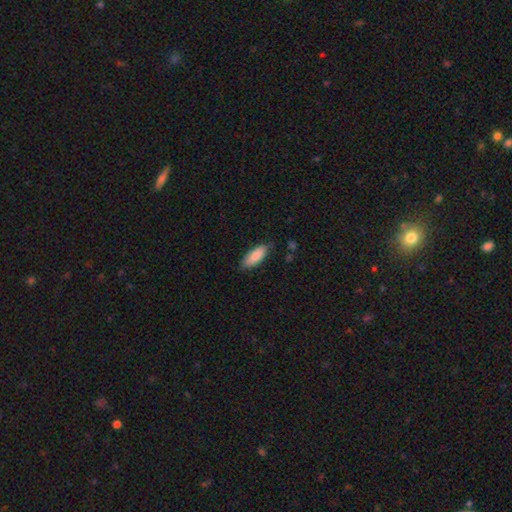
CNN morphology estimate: smooth-or-featured: smooth: 87% | featured or disk: 8% | star or artifact: 6%
  how-rounded: in between: 72% | cigar-shaped: 27% | round: 2%
  merging: none: 80% | minor disturbance: 15% | major disturbance: 3% | merger: 1%